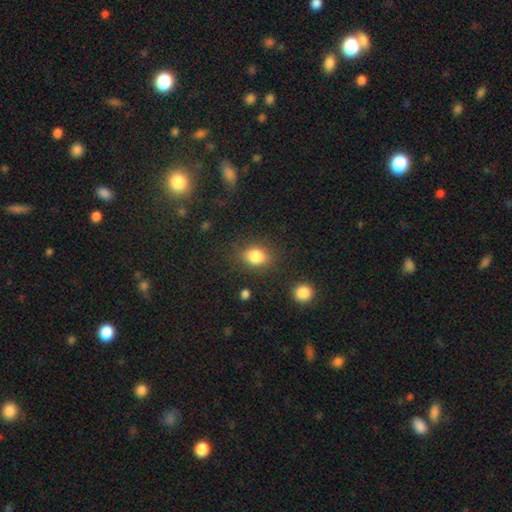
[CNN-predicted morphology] Smooth or featured? smooth (84%)
How rounded? in between (53%)
Merging? none (77%)